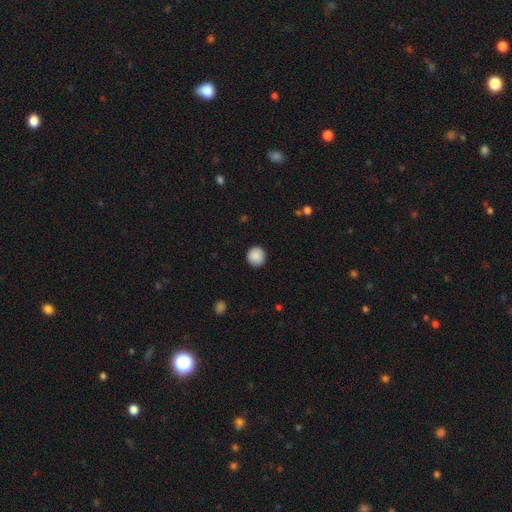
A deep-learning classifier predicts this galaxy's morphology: Smooth or featured? Predicted: smooth (p=0.90). How rounded? Predicted: round (p=0.93). Merging? Predicted: none (p=0.91).